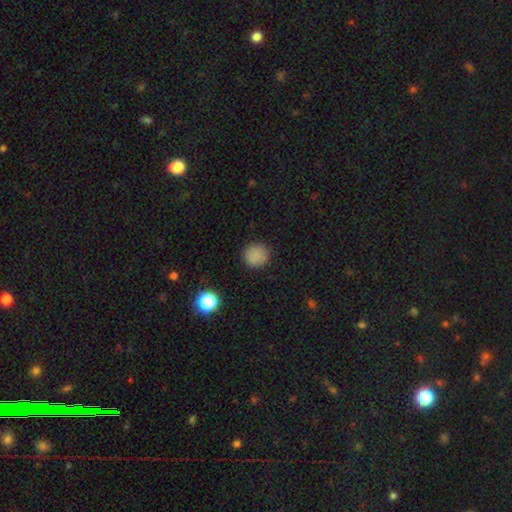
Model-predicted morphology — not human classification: Q: Smooth or featured?
A: smooth (84%); runner-up: star or artifact (12%)
Q: How rounded?
A: round (92%); runner-up: in between (7%)
Q: Merging?
A: none (89%); runner-up: minor disturbance (7%)